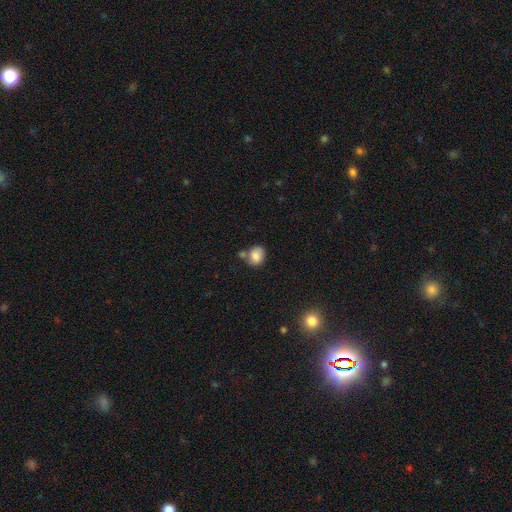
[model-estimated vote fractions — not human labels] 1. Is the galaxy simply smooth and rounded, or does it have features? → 84% smooth, 9% star or artifact, 7% featured or disk.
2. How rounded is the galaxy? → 52% round, 47% in between, 1% cigar-shaped.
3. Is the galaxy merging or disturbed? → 53% none, 24% merger, 18% minor disturbance, 5% major disturbance.